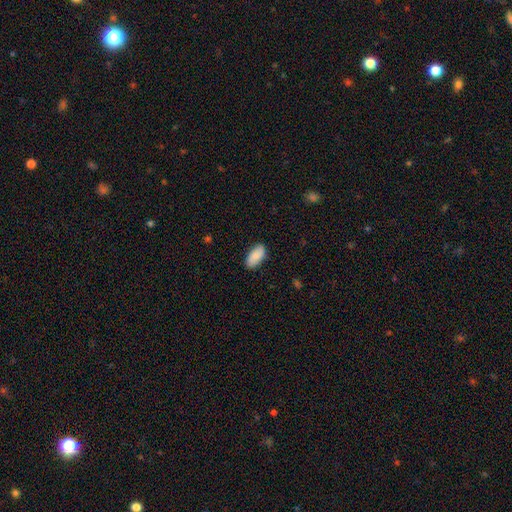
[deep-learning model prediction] Morphology: type=smooth (88%); roundness=in between (94%); merging=none (86%).